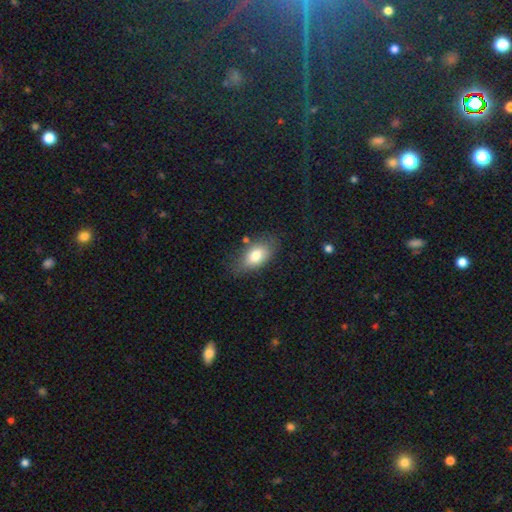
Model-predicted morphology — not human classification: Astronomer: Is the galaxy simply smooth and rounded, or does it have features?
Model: smooth — 79%.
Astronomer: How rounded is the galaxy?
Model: in between — 89%.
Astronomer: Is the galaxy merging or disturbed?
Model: none — 68%.